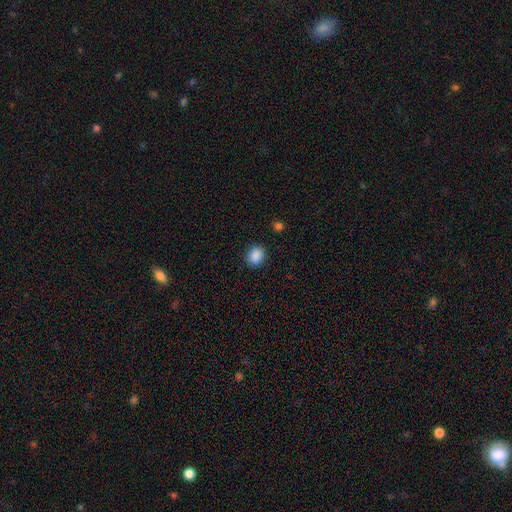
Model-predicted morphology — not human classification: Smooth or featured?
  - smooth: 88% *
  - star or artifact: 9%
  - featured or disk: 3%
How rounded?
  - round: 61% *
  - in between: 38%
  - cigar-shaped: 1%
Merging?
  - none: 87% *
  - minor disturbance: 9%
  - major disturbance: 3%
  - merger: 1%